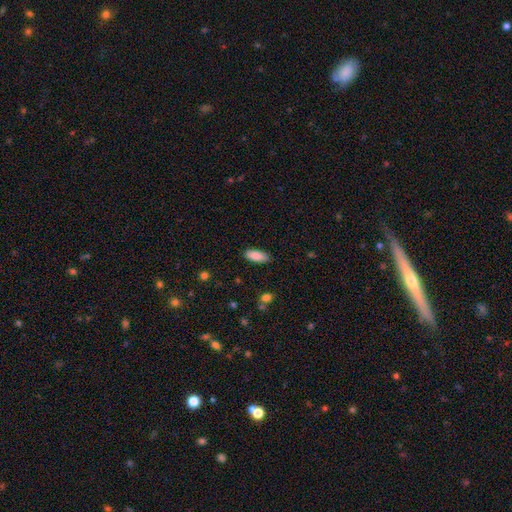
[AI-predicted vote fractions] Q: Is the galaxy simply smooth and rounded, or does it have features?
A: smooth — 88%.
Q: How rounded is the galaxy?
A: in between — 79%.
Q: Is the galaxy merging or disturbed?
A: none — 86%.